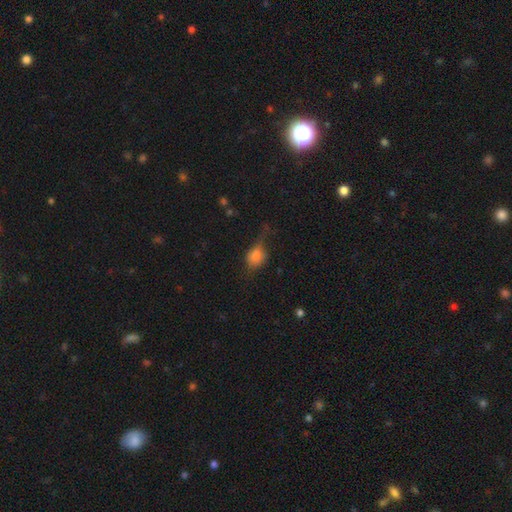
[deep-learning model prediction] Smooth or featured? smooth (71%)
How rounded? in between (56%)
Merging? none (41%)